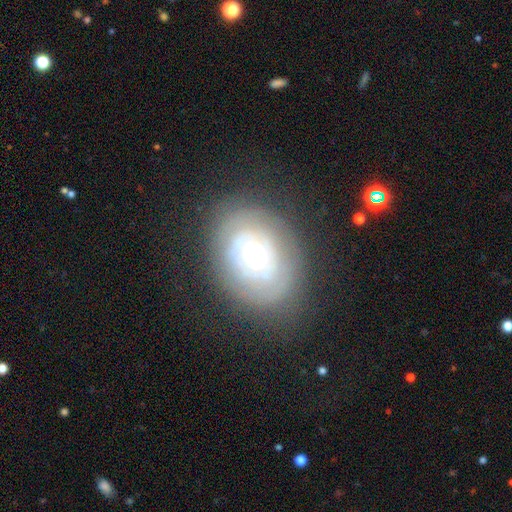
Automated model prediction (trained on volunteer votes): featured or disk 64%, smooth 28%, star or artifact 9%. Down the decision tree: edge-on disk — no (95%); bar — no (85%); spiral arms — no (68%); bulge size — moderate (47%); merging — none (76%).